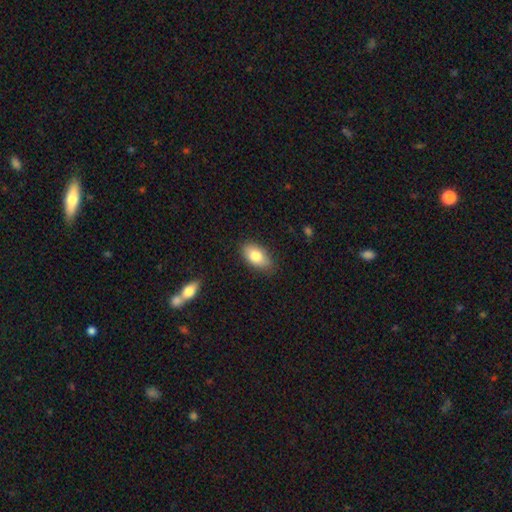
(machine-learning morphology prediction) The model was most divided on "smooth or featured": smooth: 80%, featured or disk: 13%, star or artifact: 7%. More confident: how rounded — in between (91%); merging — none (84%).